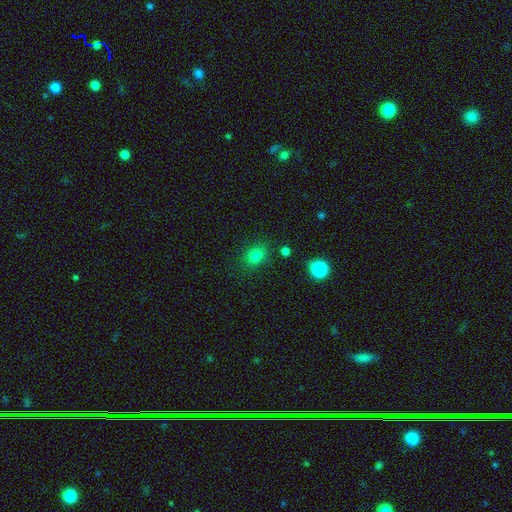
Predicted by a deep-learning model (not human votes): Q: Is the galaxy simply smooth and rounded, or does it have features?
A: smooth — 81%.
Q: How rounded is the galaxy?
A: in between — 61%.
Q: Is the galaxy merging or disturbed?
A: none — 80%.